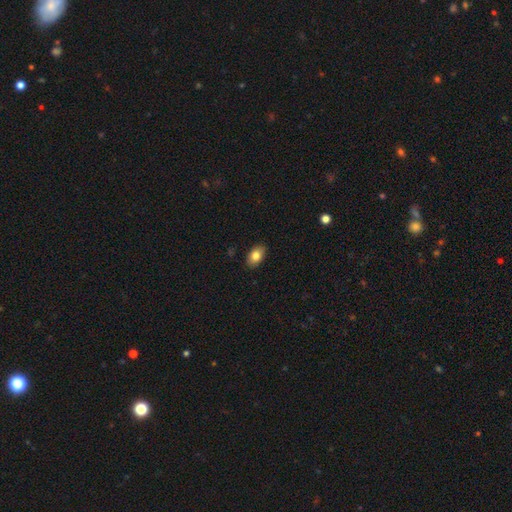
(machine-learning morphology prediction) type=smooth (81%); roundness=in between (88%); merging=none (86%).